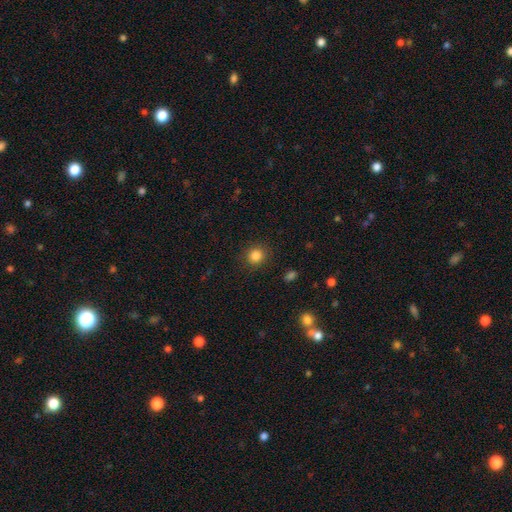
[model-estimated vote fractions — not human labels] Q: Smooth or featured?
A: smooth (84%); runner-up: star or artifact (12%)
Q: How rounded?
A: round (87%); runner-up: in between (12%)
Q: Merging?
A: none (89%); runner-up: minor disturbance (7%)